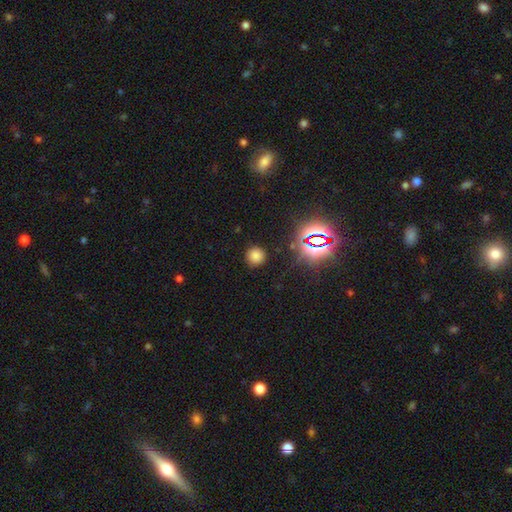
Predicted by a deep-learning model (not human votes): A smooth galaxy with no disk features (73%) that is round (93%).

Vote fractions:
- Smooth or featured? smooth: 73% / star or artifact: 21% / featured or disk: 6%
- How rounded? round: 93% / in between: 6% / cigar-shaped: 1%
- Merging? none: 89% / minor disturbance: 7% / major disturbance: 3% / merger: 2%